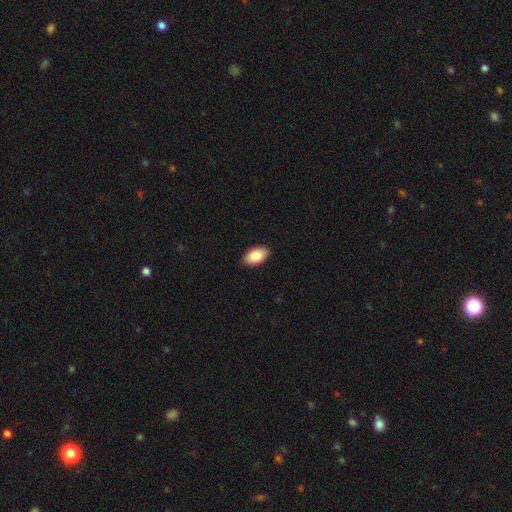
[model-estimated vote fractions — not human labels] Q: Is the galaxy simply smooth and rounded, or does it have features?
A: smooth — 85%.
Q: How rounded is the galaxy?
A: in between — 94%.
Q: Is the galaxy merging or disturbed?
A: none — 89%.